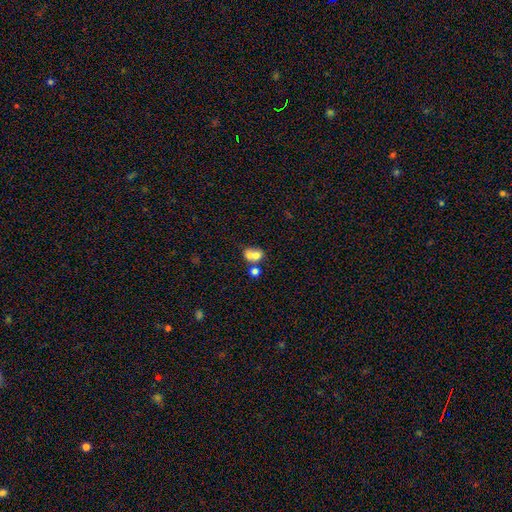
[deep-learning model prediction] A smooth galaxy with no disk features (66%) that is round (58%). Merging: merger (64%).